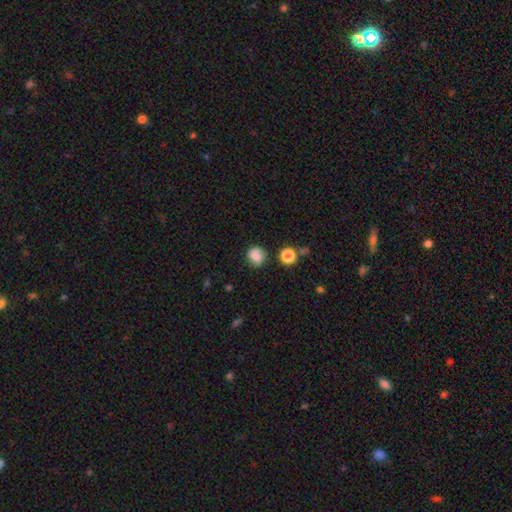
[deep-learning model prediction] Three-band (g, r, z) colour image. It shows a smooth galaxy with no disk features (76%) that is round (75%). Merging: none (68%).